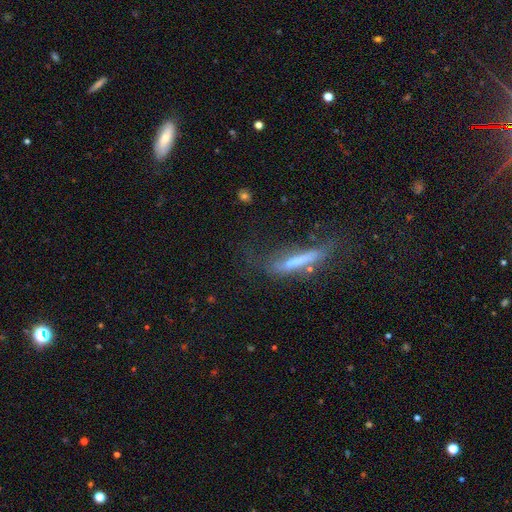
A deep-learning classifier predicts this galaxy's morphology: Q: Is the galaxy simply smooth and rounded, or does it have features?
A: featured or disk — 43%.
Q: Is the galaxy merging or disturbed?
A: none — 49%.